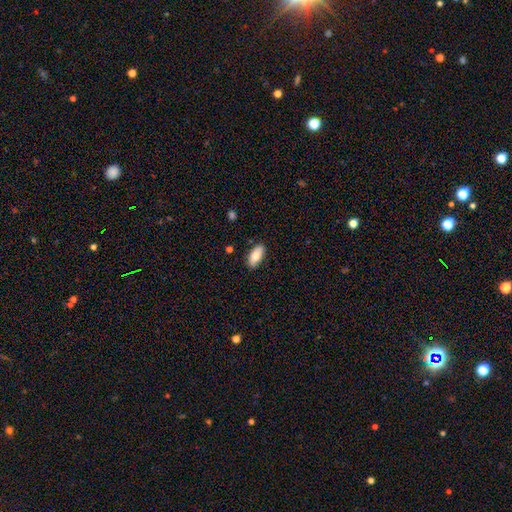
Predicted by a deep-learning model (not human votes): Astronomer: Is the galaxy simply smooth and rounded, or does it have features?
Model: smooth — 83%.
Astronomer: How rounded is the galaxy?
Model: in between — 89%.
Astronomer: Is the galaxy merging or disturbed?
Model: none — 86%.